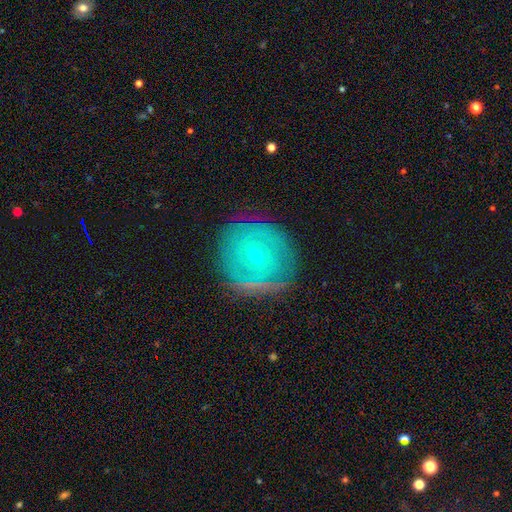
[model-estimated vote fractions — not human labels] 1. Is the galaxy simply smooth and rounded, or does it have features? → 67% featured or disk, 23% smooth, 10% star or artifact.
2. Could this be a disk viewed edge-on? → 91% no, 9% yes.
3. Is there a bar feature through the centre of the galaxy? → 50% weak, 27% strong, 22% no.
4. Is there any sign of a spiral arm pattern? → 56% yes, 44% no.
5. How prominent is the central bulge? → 64% small, 33% moderate, 1% large, 1% none, 1% dominant.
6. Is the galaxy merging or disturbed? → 80% none, 13% minor disturbance, 5% major disturbance, 3% merger.